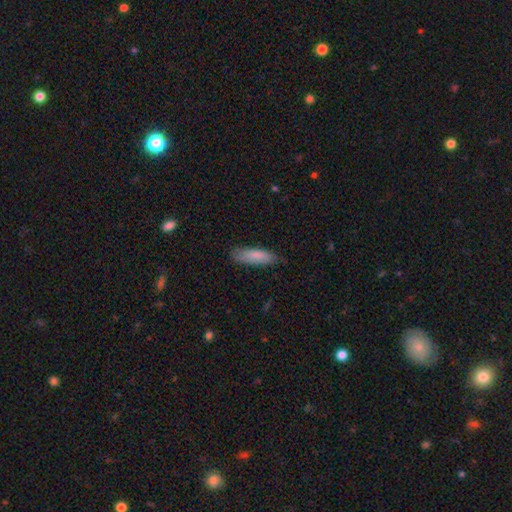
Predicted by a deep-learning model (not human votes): Overall: smooth (85%). How rounded: cigar-shaped (54%; in between 45%). Merging: none (82%).